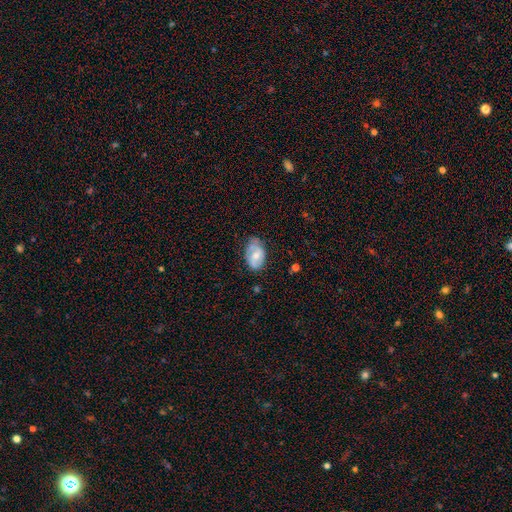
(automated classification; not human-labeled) The model was most divided on "smooth or featured": featured or disk: 47%, smooth: 46%, star or artifact: 7%. More confident: merging — none (59%).